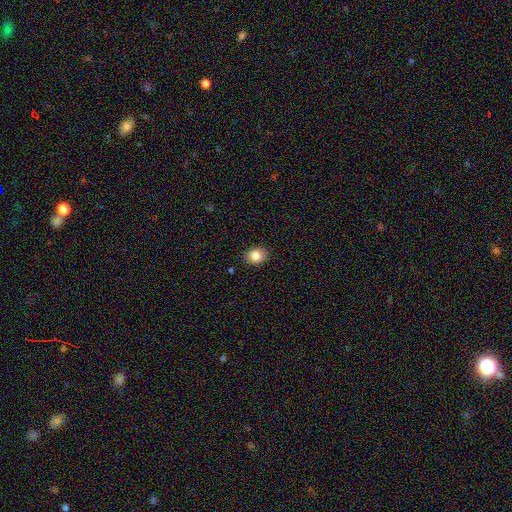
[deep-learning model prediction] A smooth galaxy with no disk features (85%) that is round (60%). Merging: none (88%).